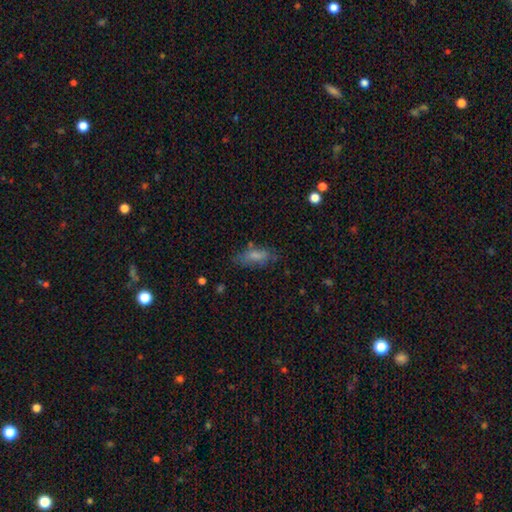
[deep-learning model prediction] This appears to be a smooth galaxy with no disk features (73%) that is in between round and cigar-shaped (74%). Merging: none (61%).